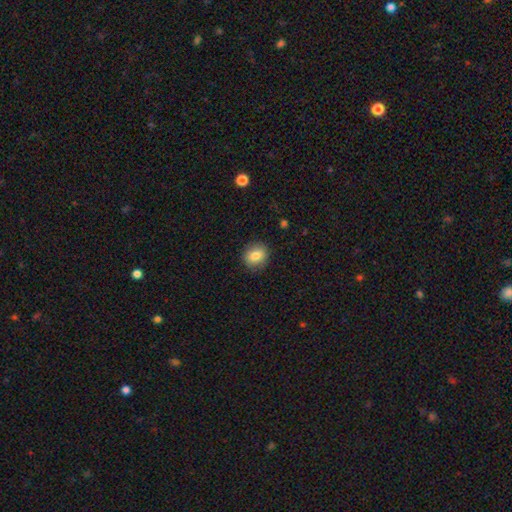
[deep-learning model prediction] A smooth galaxy with no disk features (82%) that is round (74%). Merging: none (88%).